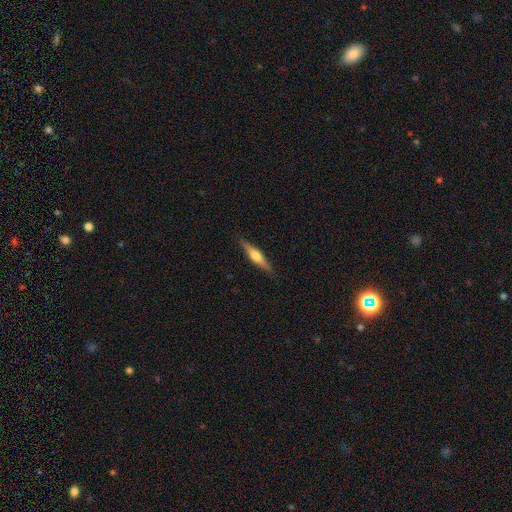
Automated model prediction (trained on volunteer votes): This is likely a featured or disk galaxy (64%). It is clearly viewed edge-on (97%). Edge-on bulge: clearly rounded (90%). Merging: clearly none (89%).